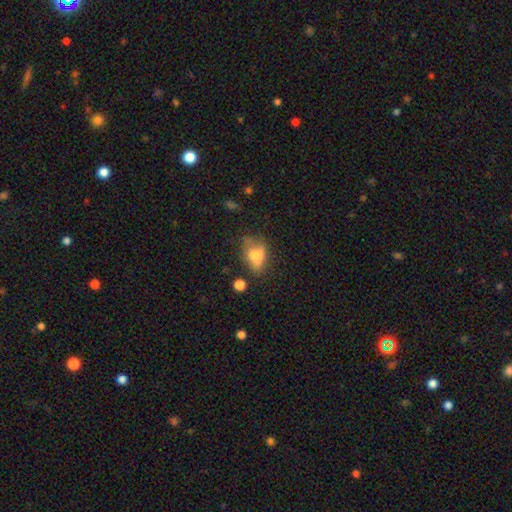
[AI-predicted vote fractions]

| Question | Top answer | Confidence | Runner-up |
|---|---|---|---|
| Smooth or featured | smooth | 60% | featured or disk (29%) |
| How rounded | in between | 72% | round (24%) |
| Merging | none | 46% | minor disturbance (29%) |